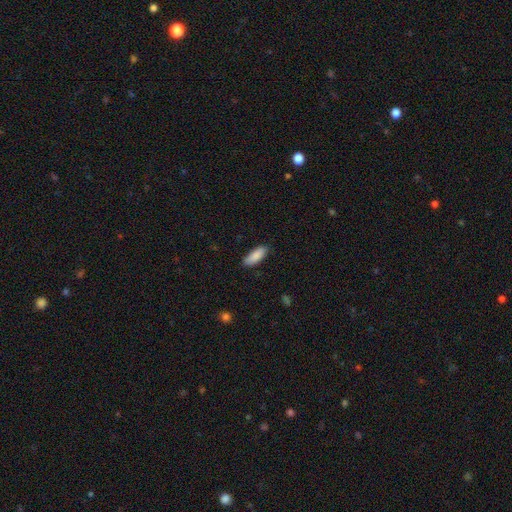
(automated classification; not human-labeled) This appears to be a smooth galaxy with no disk features (88%) that is in between round and cigar-shaped (70%). Merging: none (86%).